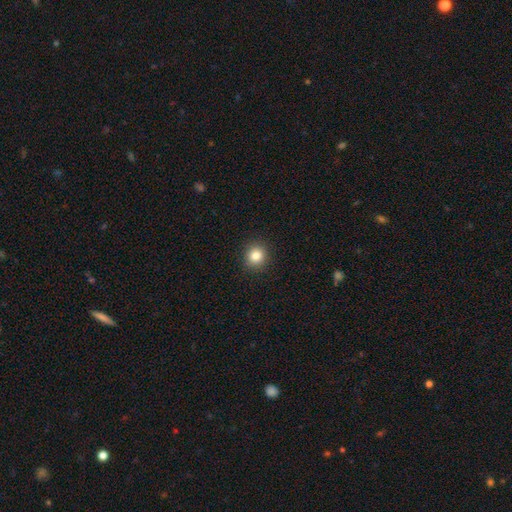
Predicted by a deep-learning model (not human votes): Smooth or featured: smooth — 83% (star or artifact — 11%)
How rounded: round — 88% (in between — 11%)
Merging: none — 91% (minor disturbance — 6%)